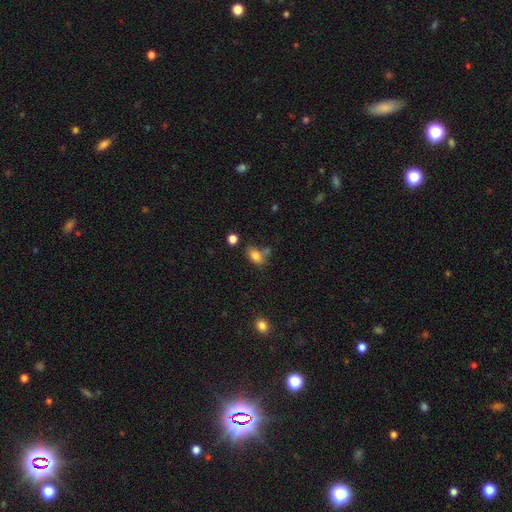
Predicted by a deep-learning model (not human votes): The model was most divided on "merging": none: 58%, minor disturbance: 19%, merger: 16%, major disturbance: 6%. More confident: how rounded — in between (83%); smooth or featured — smooth (81%).